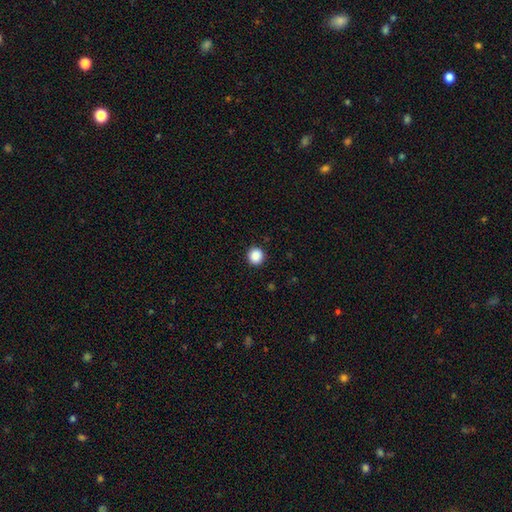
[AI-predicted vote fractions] Smooth or featured? Predicted: smooth (p=0.88). How rounded? Predicted: round (p=0.93). Merging? Predicted: none (p=0.92).